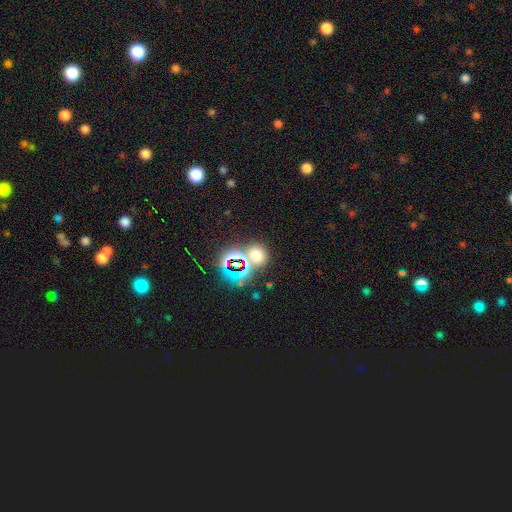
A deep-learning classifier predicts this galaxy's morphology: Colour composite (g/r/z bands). It shows a smooth galaxy with no disk features (53%) that is round (75%). Merging: none (65%).